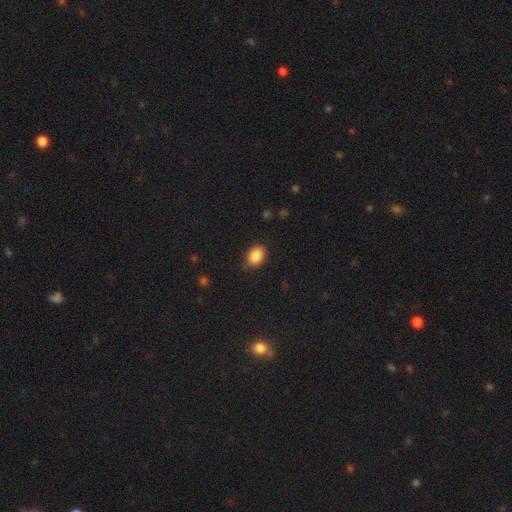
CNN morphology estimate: Smooth or featured? smooth (87%)
How rounded? in between (73%)
Merging? none (81%)